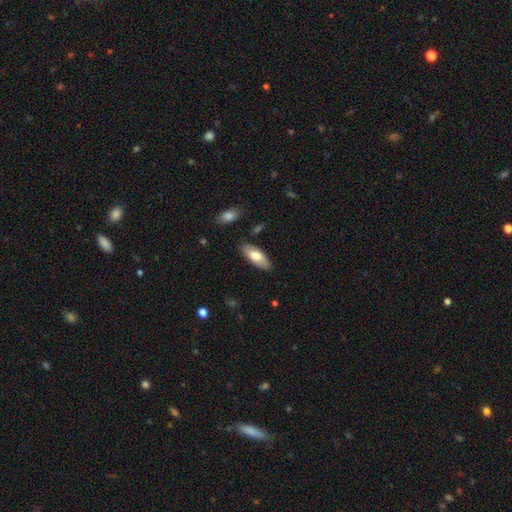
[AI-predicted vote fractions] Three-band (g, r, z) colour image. It shows a smooth galaxy with no disk features (73%) that is in between round and cigar-shaped (80%). Merging: none (84%).